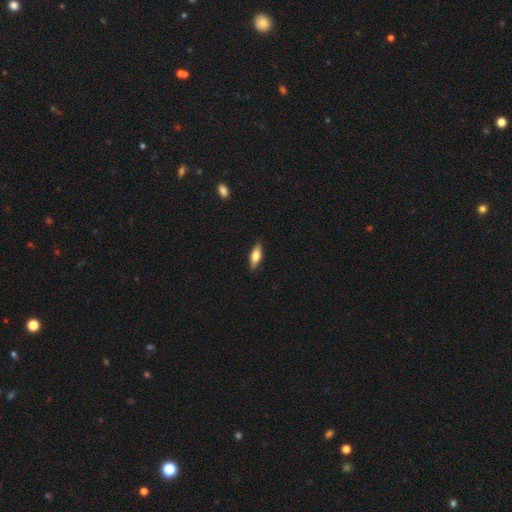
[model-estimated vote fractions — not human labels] A smooth galaxy with no disk features (67%) that is in between round and cigar-shaped (63%). Merging: none (88%).